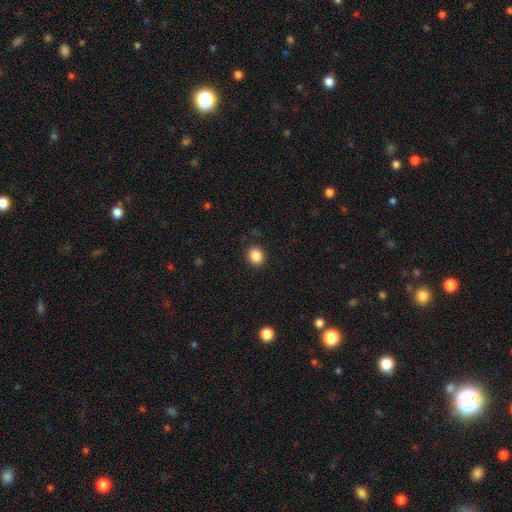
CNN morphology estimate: The model was most divided on "how rounded": round: 74%, in between: 25%, cigar-shaped: 1%. More confident: merging — none (89%); smooth or featured — smooth (86%).